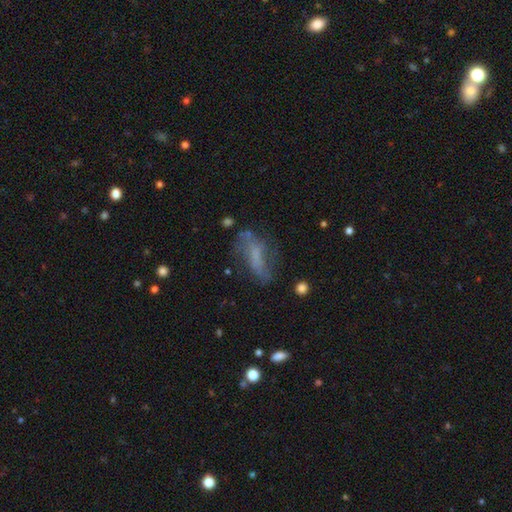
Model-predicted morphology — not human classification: Smooth or featured: featured or disk — 47% (smooth — 40%)
Merging: none — 51% (minor disturbance — 24%)